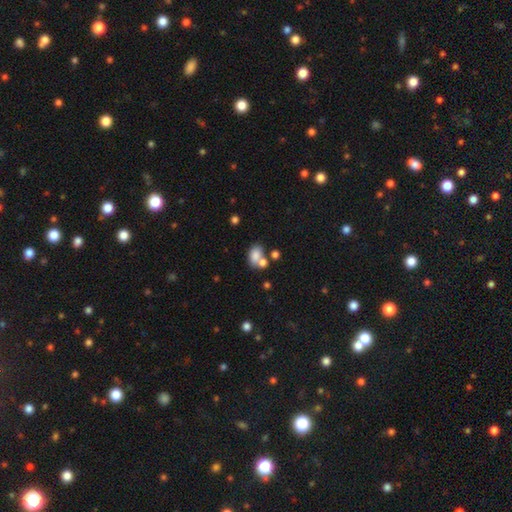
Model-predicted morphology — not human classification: Smooth or featured? Predicted: smooth (p=0.77). How rounded? Predicted: in between (p=0.76). Merging? Predicted: merger (p=0.41).